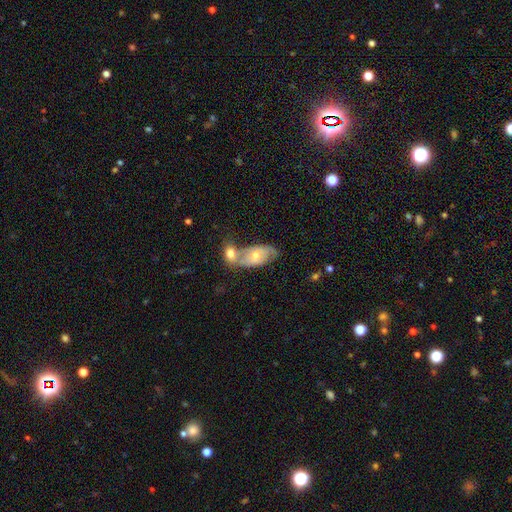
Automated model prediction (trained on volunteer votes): smooth-or-featured: smooth: 48% | featured or disk: 46% | star or artifact: 7%
  merging: merger: 57% | none: 24% | minor disturbance: 12% | major disturbance: 7%